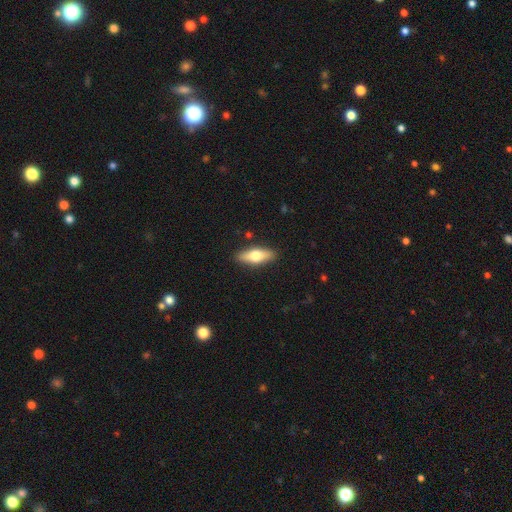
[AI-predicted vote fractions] smooth_or_featured: smooth (p=0.60) [alt: featured or disk p=0.34]
how_rounded: in between (p=0.61) [alt: cigar-shaped p=0.36]
merging: none (p=0.89) [alt: minor disturbance p=0.08]